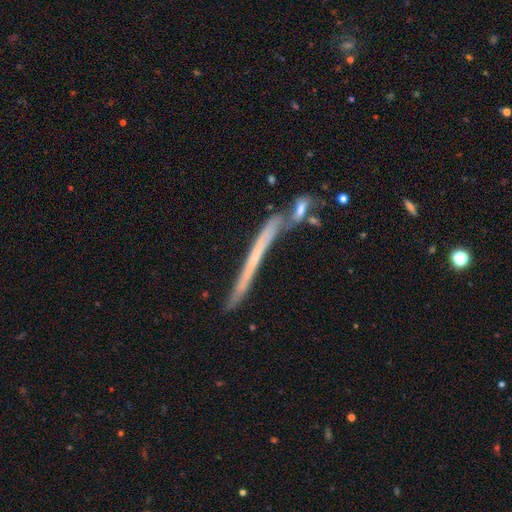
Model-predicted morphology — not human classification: Smooth or featured: featured or disk — 61% (smooth — 31%)
Edge-on disk: yes — 92% (no — 8%)
Edge-on bulge: none — 88% (rounded — 7%)
Merging: none — 59% (merger — 18%)